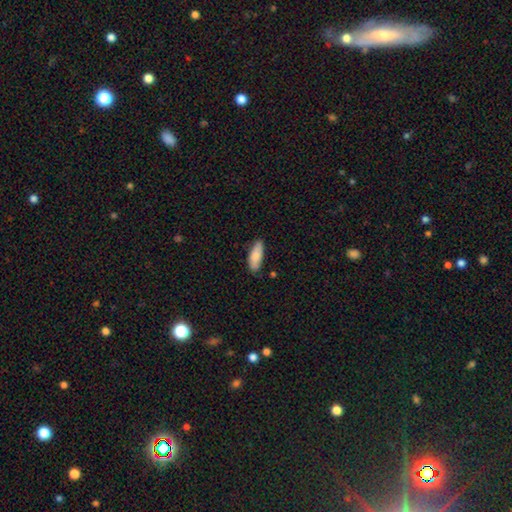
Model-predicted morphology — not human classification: Q: Smooth or featured?
A: smooth (85%); runner-up: featured or disk (9%)
Q: How rounded?
A: in between (71%); runner-up: cigar-shaped (28%)
Q: Merging?
A: none (78%); runner-up: minor disturbance (17%)